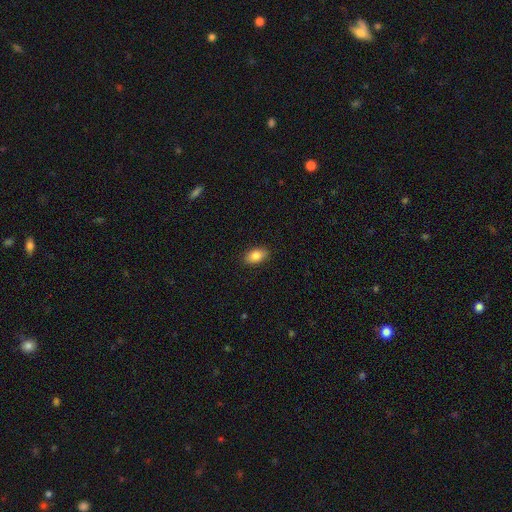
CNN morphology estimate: smooth-or-featured: smooth: 83% | featured or disk: 9% | star or artifact: 8%
  how-rounded: in between: 90% | round: 8% | cigar-shaped: 3%
  merging: none: 89% | minor disturbance: 8% | major disturbance: 2% | merger: 1%